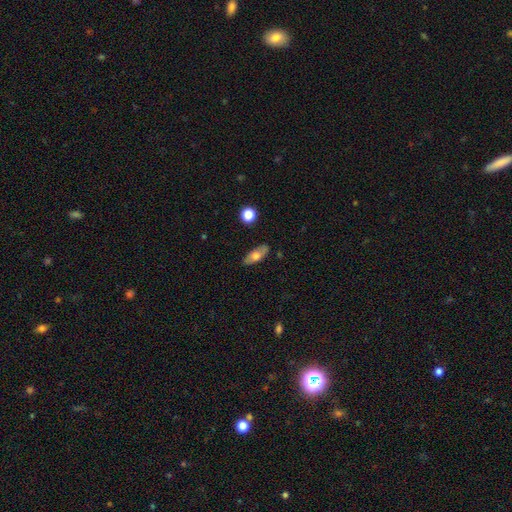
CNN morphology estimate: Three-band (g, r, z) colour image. It shows a smooth galaxy with no disk features (63%) that is in between round and cigar-shaped (75%). Merging: none (84%).